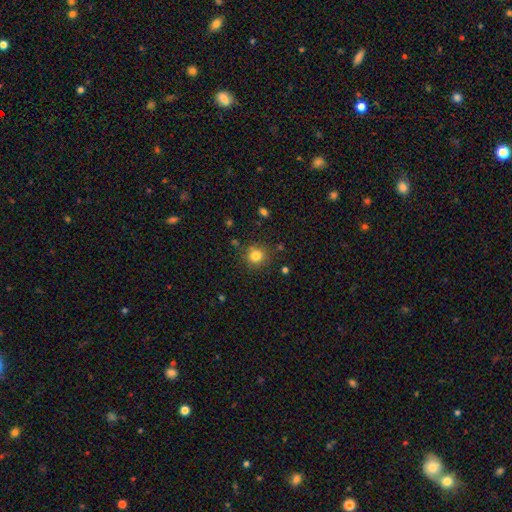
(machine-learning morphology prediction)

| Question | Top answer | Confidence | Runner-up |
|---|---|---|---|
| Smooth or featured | smooth | 81% | star or artifact (13%) |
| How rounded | round | 90% | in between (9%) |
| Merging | none | 84% | minor disturbance (9%) |